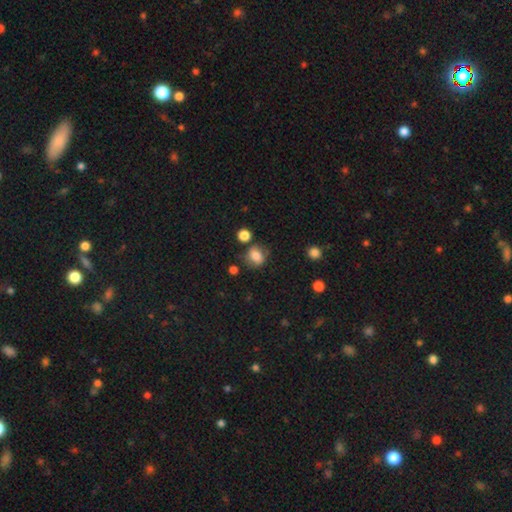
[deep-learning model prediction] smooth_or_featured: smooth (p=0.78) [alt: star or artifact p=0.11]
how_rounded: in between (p=0.50) [alt: round p=0.49]
merging: none (p=0.66) [alt: minor disturbance p=0.20]